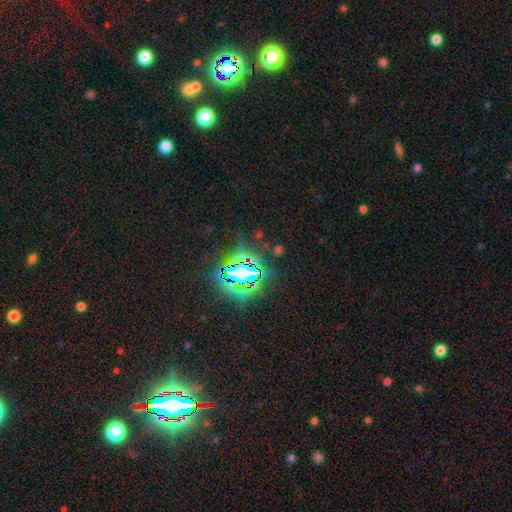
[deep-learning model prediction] A star or artifact, not a galaxy (82%).